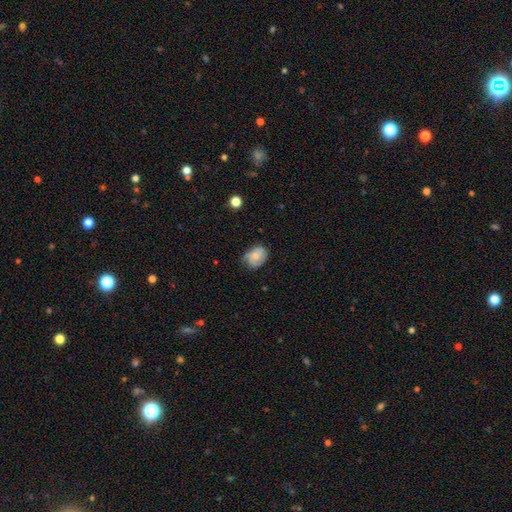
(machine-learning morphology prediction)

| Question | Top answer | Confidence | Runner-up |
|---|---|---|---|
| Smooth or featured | smooth | 69% | featured or disk (22%) |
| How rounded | in between | 65% | round (34%) |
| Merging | none | 55% | minor disturbance (35%) |